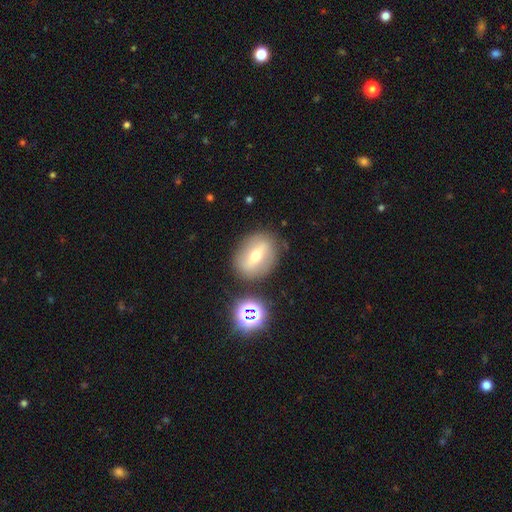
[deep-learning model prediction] Smooth or featured: featured or disk — 46% (smooth — 42%)
Merging: none — 81% (minor disturbance — 10%)